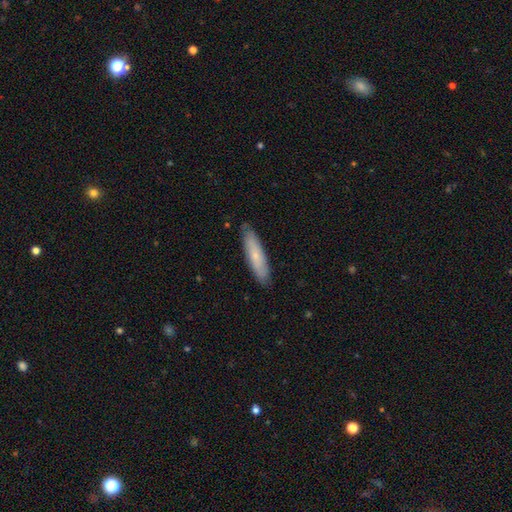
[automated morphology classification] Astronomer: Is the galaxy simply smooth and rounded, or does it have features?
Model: smooth — 68%.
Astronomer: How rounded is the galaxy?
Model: cigar-shaped — 78%.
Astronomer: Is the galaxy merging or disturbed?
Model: none — 86%.